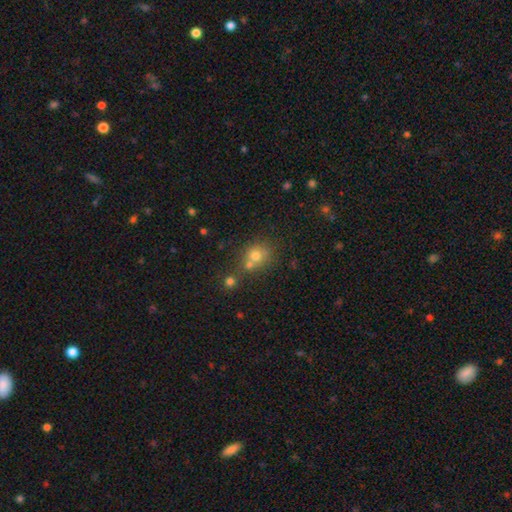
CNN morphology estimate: This appears to be a smooth galaxy with no disk features (69%) that is round (74%). Merging: none (48%).